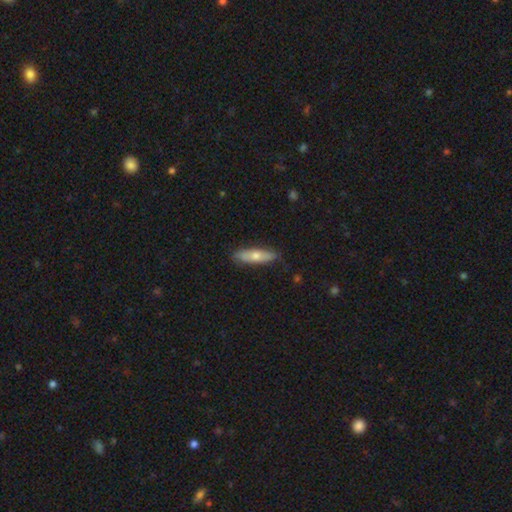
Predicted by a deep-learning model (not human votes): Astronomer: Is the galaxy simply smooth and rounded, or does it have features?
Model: smooth — 60%.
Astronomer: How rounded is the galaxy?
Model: cigar-shaped — 66%.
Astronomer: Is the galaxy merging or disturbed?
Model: none — 84%.